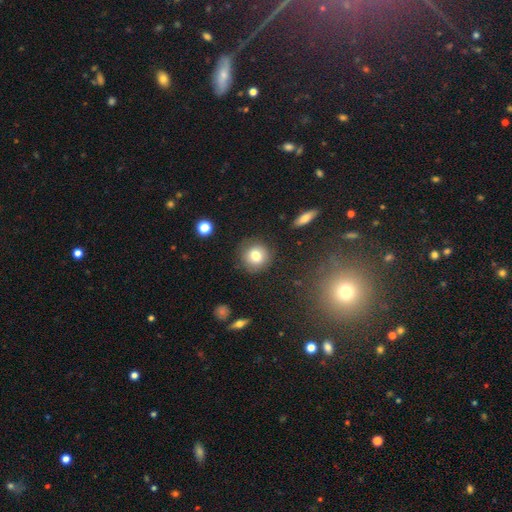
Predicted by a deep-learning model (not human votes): smooth_or_featured: smooth (p=0.79) [alt: featured or disk p=0.11]
how_rounded: round (p=0.91) [alt: in between p=0.08]
merging: none (p=0.85) [alt: minor disturbance p=0.10]